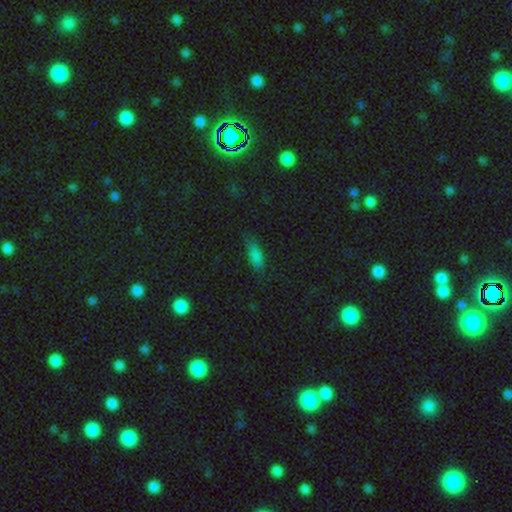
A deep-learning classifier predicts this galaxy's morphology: smooth-or-featured: smooth: 79% | star or artifact: 14% | featured or disk: 7%
  how-rounded: in between: 78% | cigar-shaped: 18% | round: 3%
  merging: none: 72% | minor disturbance: 22% | major disturbance: 5% | merger: 2%